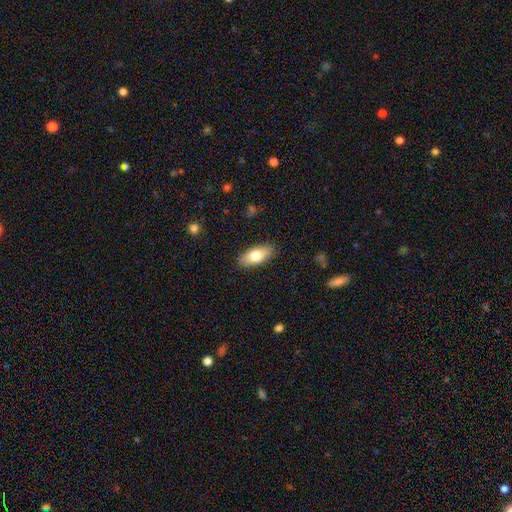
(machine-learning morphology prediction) The model was most divided on "smooth or featured": smooth: 76%, featured or disk: 18%, star or artifact: 6%. More confident: merging — none (88%); how rounded — in between (85%).